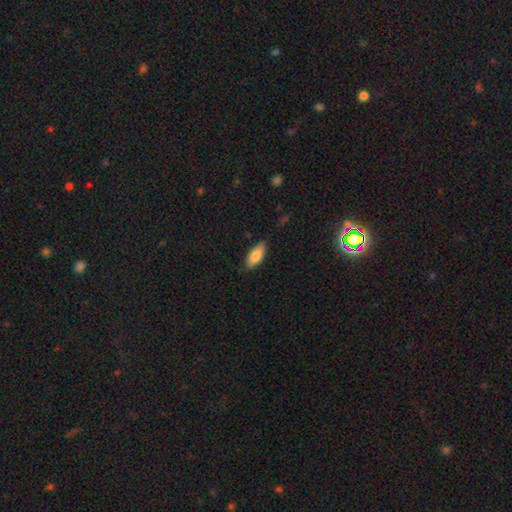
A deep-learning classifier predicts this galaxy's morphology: smooth-or-featured: smooth: 83% | featured or disk: 11% | star or artifact: 6%
  how-rounded: in between: 81% | cigar-shaped: 17% | round: 2%
  merging: none: 79% | minor disturbance: 17% | major disturbance: 3% | merger: 1%